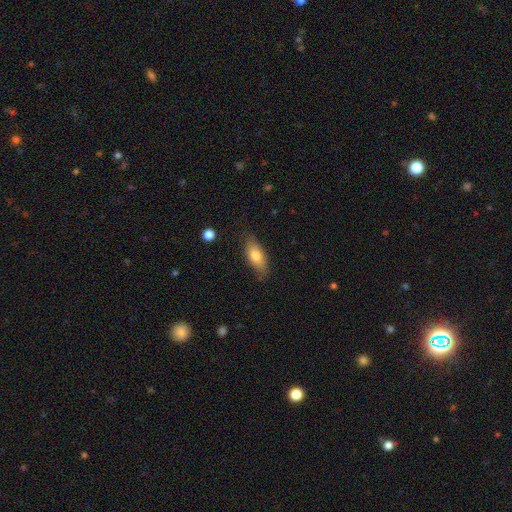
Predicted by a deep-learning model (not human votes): smooth 75%, featured or disk 19%, star or artifact 7%. Down the decision tree: how rounded — in between (77%); merging — none (77%).